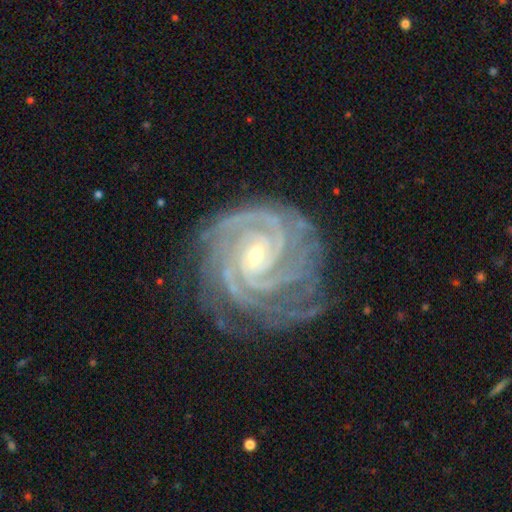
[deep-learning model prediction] Smooth or featured: featured or disk — 92% (star or artifact — 5%)
Edge-on disk: no — 98% (yes — 2%)
Bar: no — 49% (weak — 32%)
Spiral arms: yes — 99% (no — 1%)
Spiral winding: tight — 80% (medium — 18%)
Spiral arm count: 4 — 29% (3 — 23%)
Bulge size: small — 74% (moderate — 23%)
Merging: none — 72% (minor disturbance — 19%)